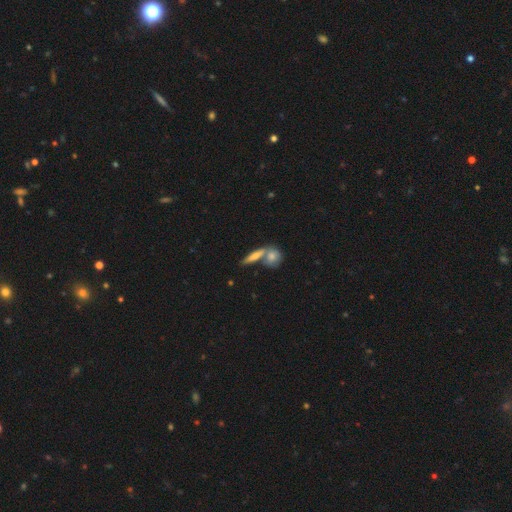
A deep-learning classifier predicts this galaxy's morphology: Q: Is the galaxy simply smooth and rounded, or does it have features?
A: smooth — 58%.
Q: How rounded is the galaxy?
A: cigar-shaped — 60%.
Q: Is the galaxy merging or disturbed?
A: none — 50%.